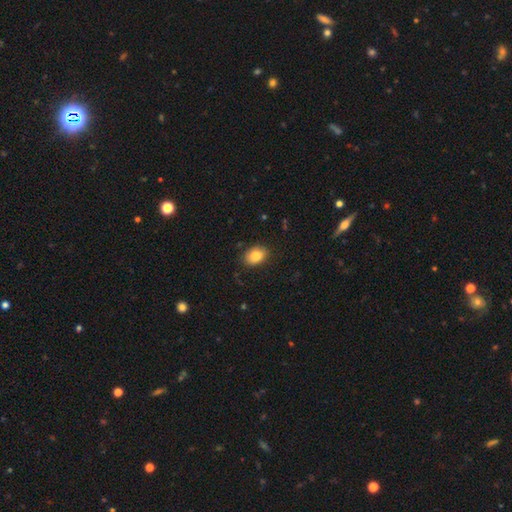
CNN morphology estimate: type=smooth (86%); roundness=in between (82%); merging=none (81%).